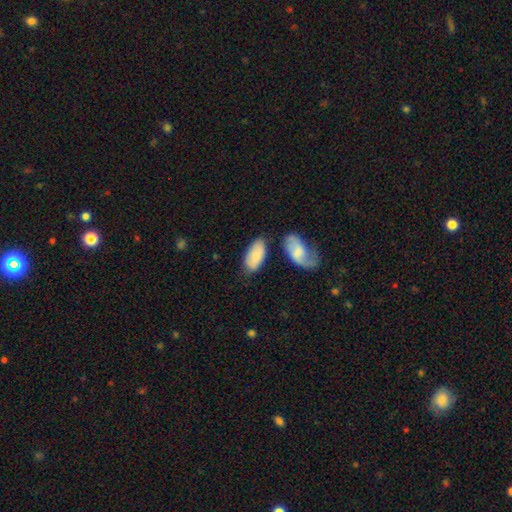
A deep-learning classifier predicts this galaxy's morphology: Overall: smooth (74%). How rounded: in between (93%). Merging: none (60%).